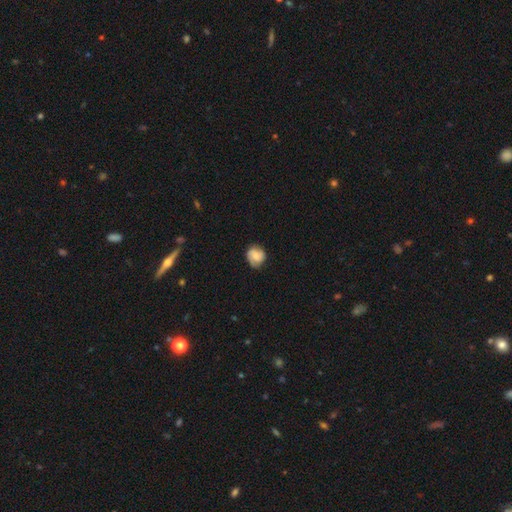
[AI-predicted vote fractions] Smooth or featured? Predicted: smooth (p=0.53). How rounded? Predicted: round (p=0.74). Merging? Predicted: none (p=0.69).